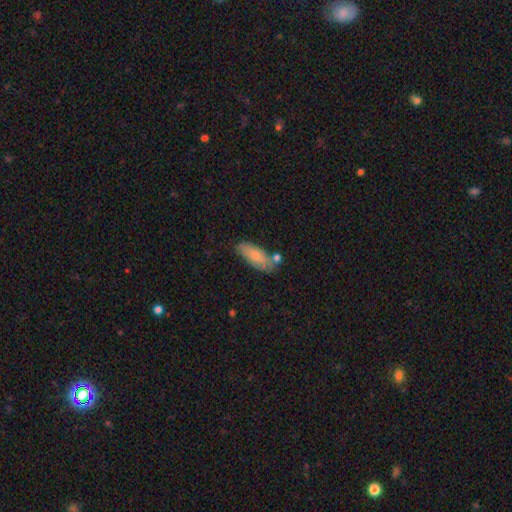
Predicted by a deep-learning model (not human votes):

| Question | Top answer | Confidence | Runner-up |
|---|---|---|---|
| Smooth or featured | smooth | 75% | featured or disk (19%) |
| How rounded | in between | 79% | cigar-shaped (19%) |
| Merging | none | 62% | minor disturbance (22%) |